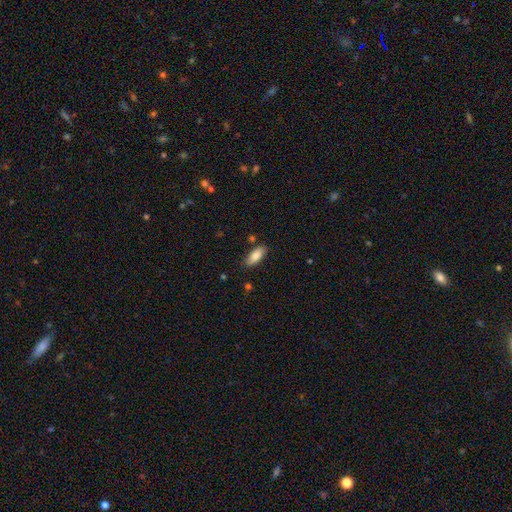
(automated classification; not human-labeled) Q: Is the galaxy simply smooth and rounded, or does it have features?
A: smooth — 85%.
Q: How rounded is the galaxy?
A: in between — 83%.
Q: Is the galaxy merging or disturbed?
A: none — 83%.